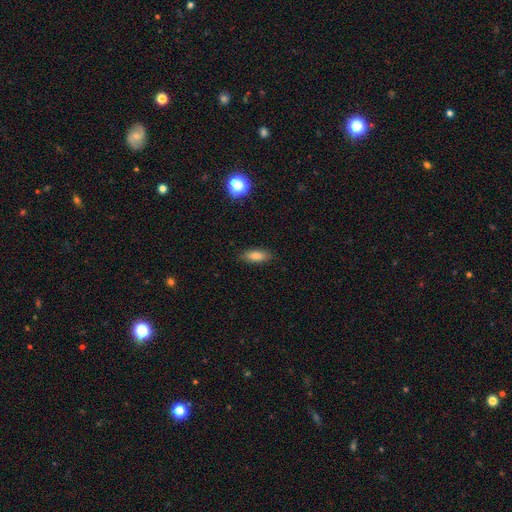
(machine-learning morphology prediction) smooth-or-featured: smooth: 78% | featured or disk: 13% | star or artifact: 9%
  how-rounded: in between: 72% | cigar-shaped: 25% | round: 3%
  merging: none: 87% | minor disturbance: 10% | major disturbance: 2% | merger: 1%